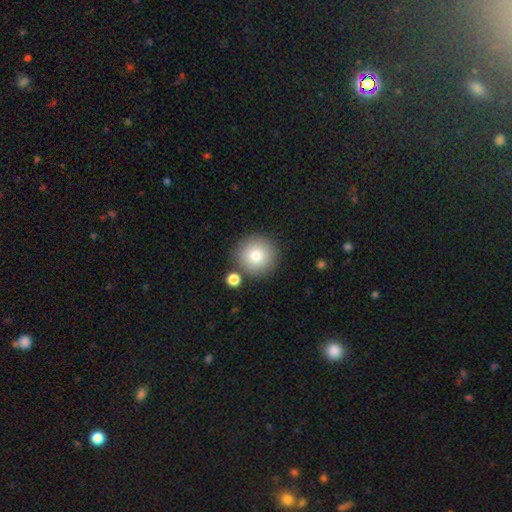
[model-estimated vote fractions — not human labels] A smooth galaxy with no disk features (80%) that is round (96%). Merging: none (82%).